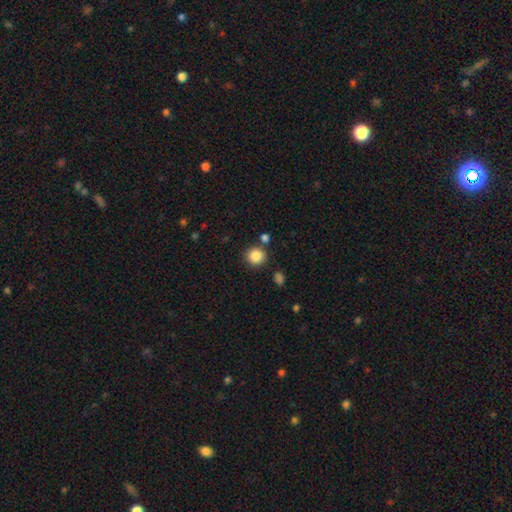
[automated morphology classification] Q: Smooth or featured?
A: smooth (86%); runner-up: star or artifact (10%)
Q: How rounded?
A: round (91%); runner-up: in between (8%)
Q: Merging?
A: none (83%); runner-up: minor disturbance (8%)